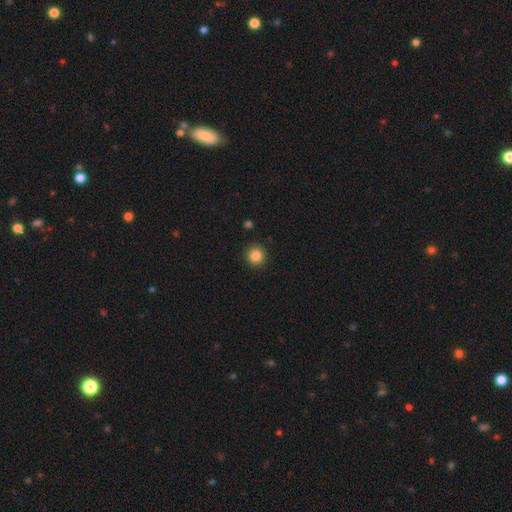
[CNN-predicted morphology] smooth_or_featured: smooth (p=0.86) [alt: star or artifact p=0.10]
how_rounded: round (p=0.94) [alt: in between p=0.05]
merging: none (p=0.92) [alt: minor disturbance p=0.05]